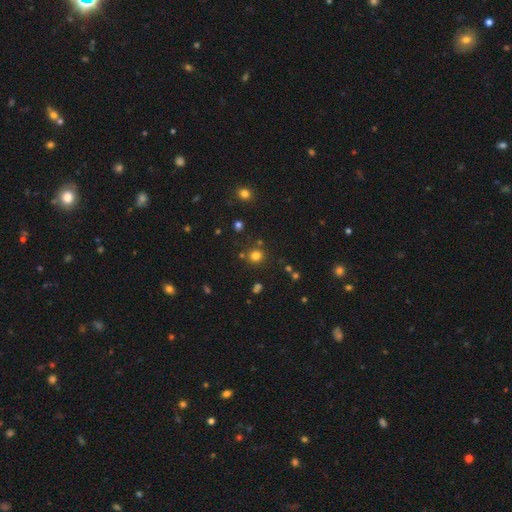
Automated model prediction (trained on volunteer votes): smooth-or-featured: smooth: 76% | star or artifact: 18% | featured or disk: 6%
  how-rounded: round: 91% | in between: 8% | cigar-shaped: 1%
  merging: none: 83% | minor disturbance: 8% | merger: 7% | major disturbance: 3%